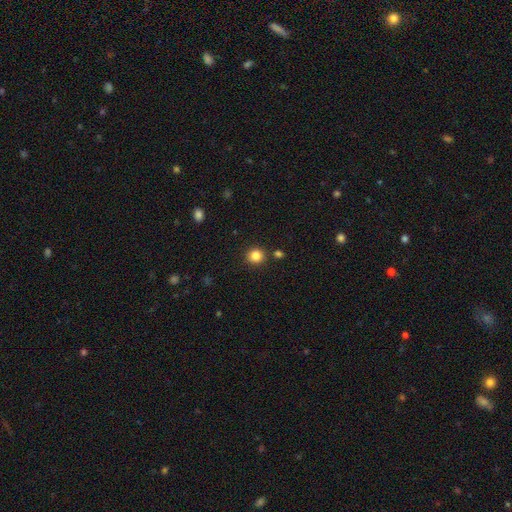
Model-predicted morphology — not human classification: This is clearly a smooth galaxy (84%). How rounded: clearly round (91%). Merging: clearly none (87%).